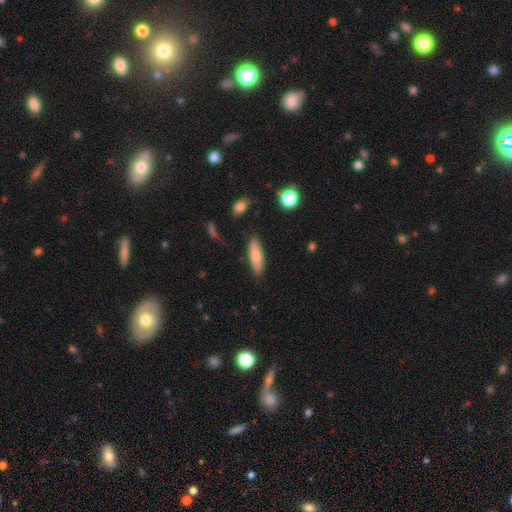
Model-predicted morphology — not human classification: smooth 73%, featured or disk 20%, star or artifact 6%. Down the decision tree: how rounded — in between (50%); merging — none (83%).